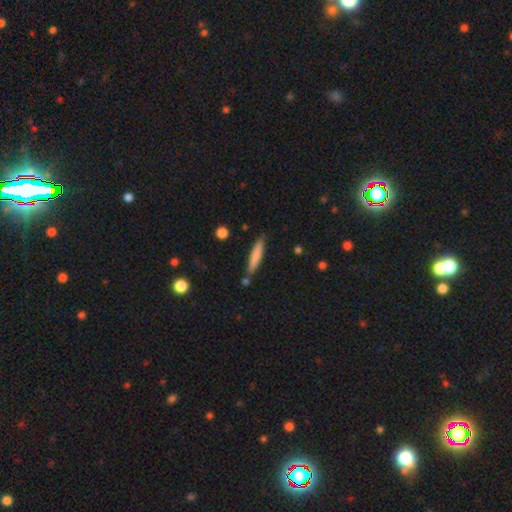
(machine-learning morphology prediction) Q: Smooth or featured?
A: smooth (76%); runner-up: featured or disk (19%)
Q: How rounded?
A: cigar-shaped (91%); runner-up: in between (8%)
Q: Merging?
A: none (82%); runner-up: minor disturbance (11%)